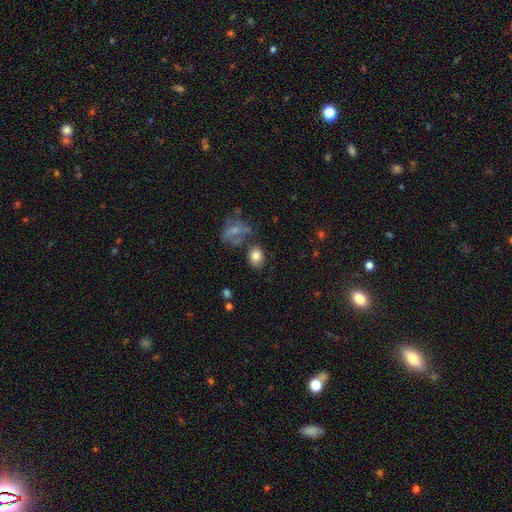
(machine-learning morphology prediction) Smooth or featured? smooth (82%)
How rounded? in between (66%)
Merging? none (67%)